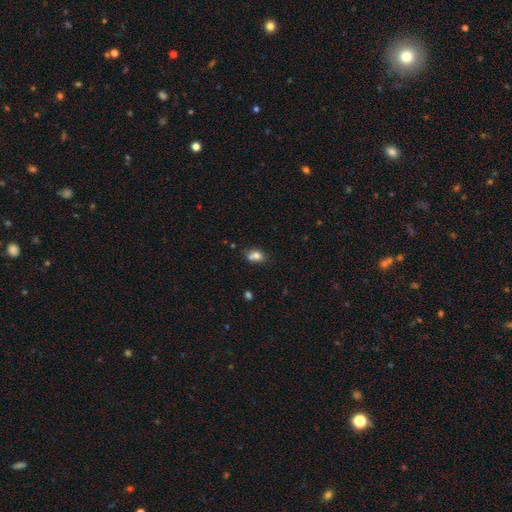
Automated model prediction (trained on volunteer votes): The model was most divided on "merging": none: 43%, merger: 37%, minor disturbance: 15%, major disturbance: 5%. More confident: smooth or featured — smooth (75%); how rounded — in between (62%).